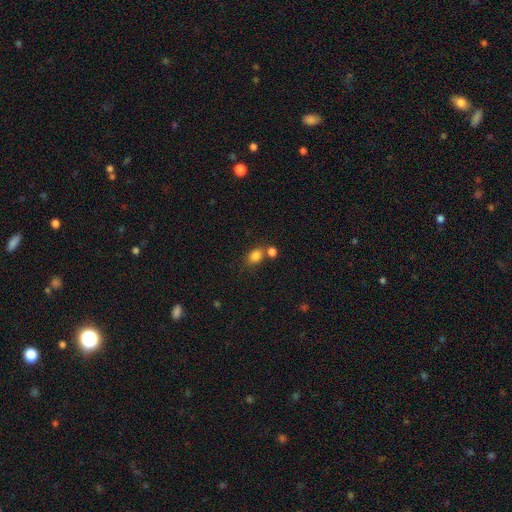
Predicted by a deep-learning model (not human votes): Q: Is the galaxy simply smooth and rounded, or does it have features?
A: smooth — 83%.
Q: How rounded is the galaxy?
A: in between — 64%.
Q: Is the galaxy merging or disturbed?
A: none — 57%.